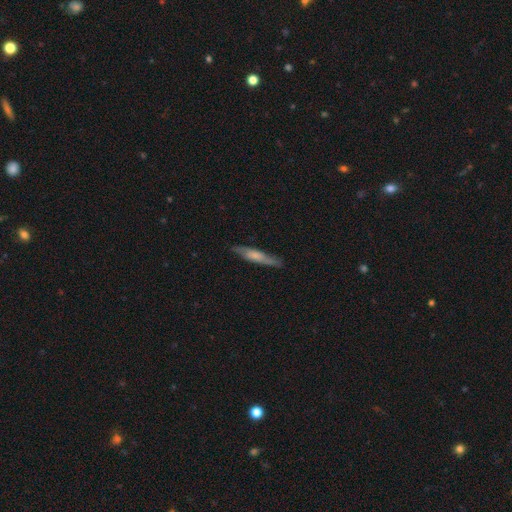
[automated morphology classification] The model was most divided on "smooth or featured": smooth: 51%, featured or disk: 44%, star or artifact: 5%. More confident: how rounded — cigar-shaped (87%); merging — none (80%).